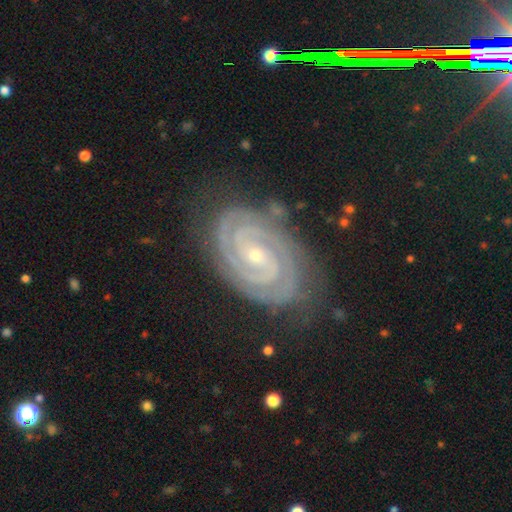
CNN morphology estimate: smooth_or_featured: featured or disk (p=0.92) [alt: star or artifact p=0.06]
disk_edge_on: no (p=0.98) [alt: yes p=0.02]
bar: no (p=0.49) [alt: weak p=0.33]
has_spiral_arms: yes (p=0.99) [alt: no p=0.01]
spiral_winding: tight (p=0.86) [alt: medium p=0.12]
spiral_arm_count: 2 (p=0.79) [alt: 3 p=0.08]
bulge_size: small (p=0.74) [alt: moderate p=0.23]
merging: none (p=0.83) [alt: minor disturbance p=0.13]